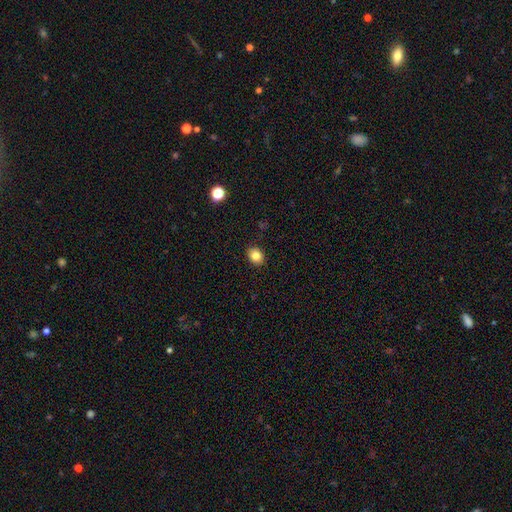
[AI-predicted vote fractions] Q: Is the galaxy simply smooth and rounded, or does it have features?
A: smooth — 82%.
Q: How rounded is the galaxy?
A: in between — 50%.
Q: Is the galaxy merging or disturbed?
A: none — 90%.